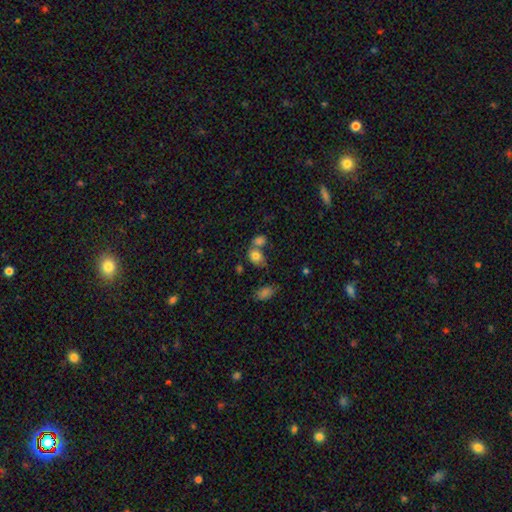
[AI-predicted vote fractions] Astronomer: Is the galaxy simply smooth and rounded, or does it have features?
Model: smooth — 78%.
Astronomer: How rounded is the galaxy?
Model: in between — 73%.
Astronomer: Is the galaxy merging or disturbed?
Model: merger — 44% (runner-up: none, 36%).